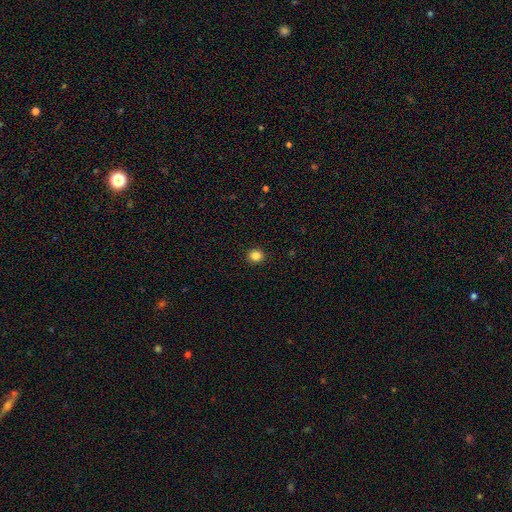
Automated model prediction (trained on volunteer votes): Overall: smooth (84%). How rounded: round (85%). Merging: none (92%).